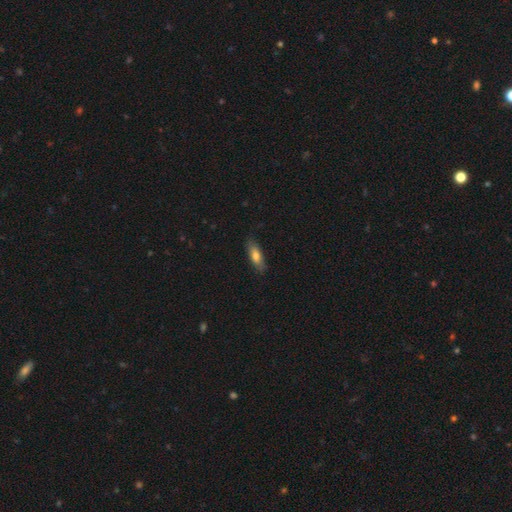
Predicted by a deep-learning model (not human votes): Smooth or featured?
  - smooth: 73% *
  - featured or disk: 20%
  - star or artifact: 6%
How rounded?
  - in between: 58% *
  - cigar-shaped: 39%
  - round: 2%
Merging?
  - none: 83% *
  - minor disturbance: 14%
  - major disturbance: 3%
  - merger: 1%